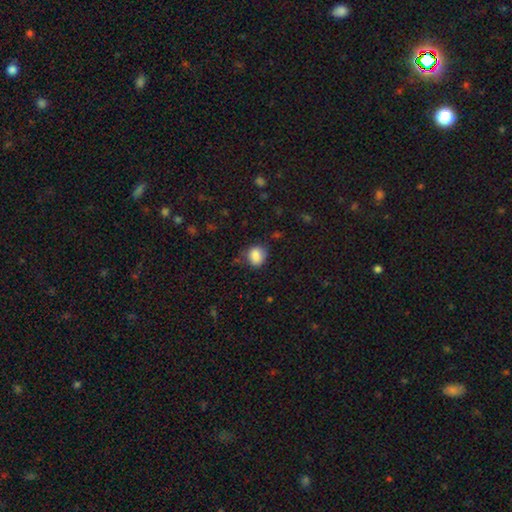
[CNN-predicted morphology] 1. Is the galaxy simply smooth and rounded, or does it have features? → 85% smooth, 9% star or artifact, 6% featured or disk.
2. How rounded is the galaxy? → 57% round, 42% in between, 1% cigar-shaped.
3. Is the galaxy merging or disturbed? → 70% none, 22% minor disturbance, 6% major disturbance, 2% merger.